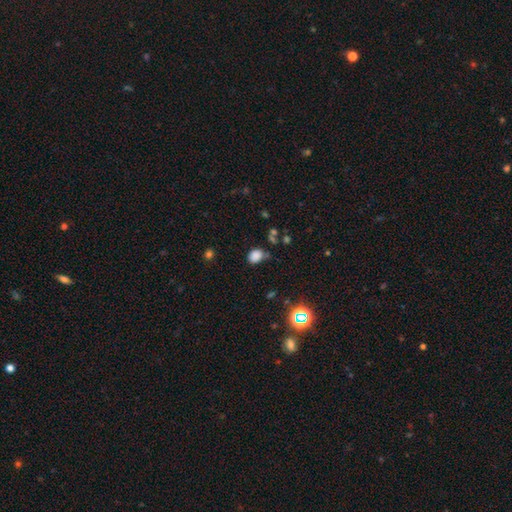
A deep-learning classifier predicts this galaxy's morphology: Q: Smooth or featured?
A: smooth (79%); runner-up: star or artifact (15%)
Q: How rounded?
A: in between (61%); runner-up: round (38%)
Q: Merging?
A: none (60%); runner-up: minor disturbance (25%)